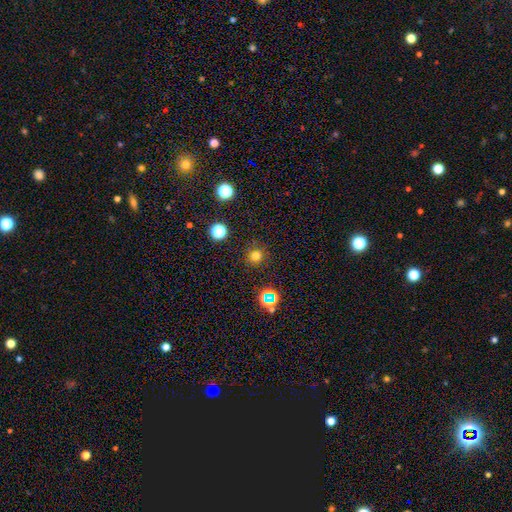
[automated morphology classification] A smooth galaxy with no disk features (74%) that is round (94%). Merging: none (89%).